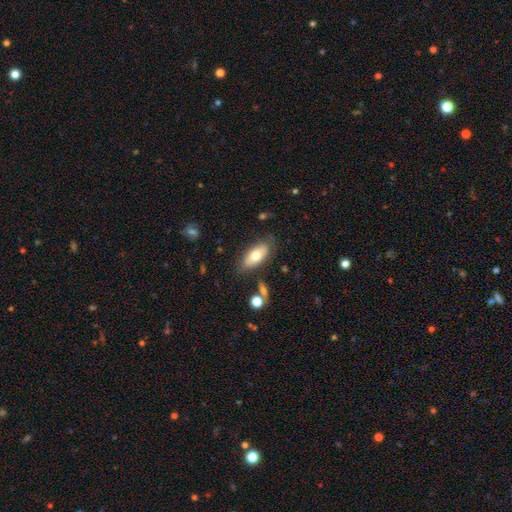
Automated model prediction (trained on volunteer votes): A smooth galaxy with no disk features (71%) that is in between round and cigar-shaped (87%). Merging: none (77%).